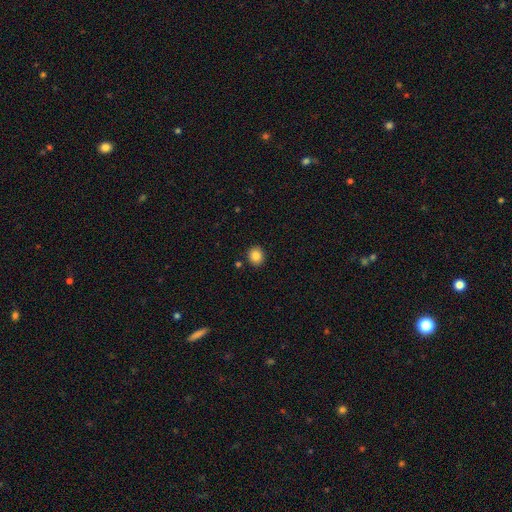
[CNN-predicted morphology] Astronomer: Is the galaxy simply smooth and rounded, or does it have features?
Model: smooth — 86%.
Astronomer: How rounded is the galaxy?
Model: round — 83%.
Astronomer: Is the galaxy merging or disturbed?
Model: none — 89%.